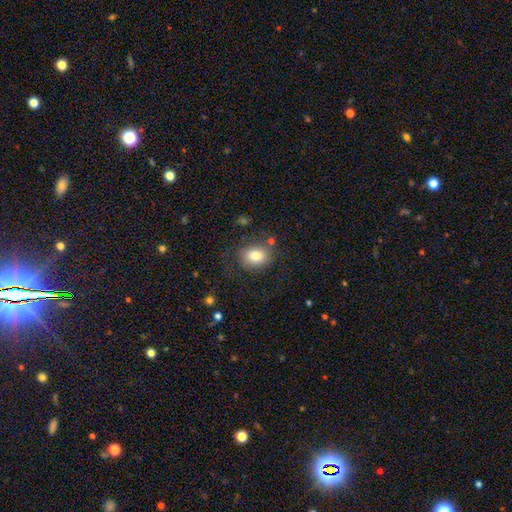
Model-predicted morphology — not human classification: smooth 79%, star or artifact 10%, featured or disk 10%. Down the decision tree: how rounded — round (57%); merging — none (74%).